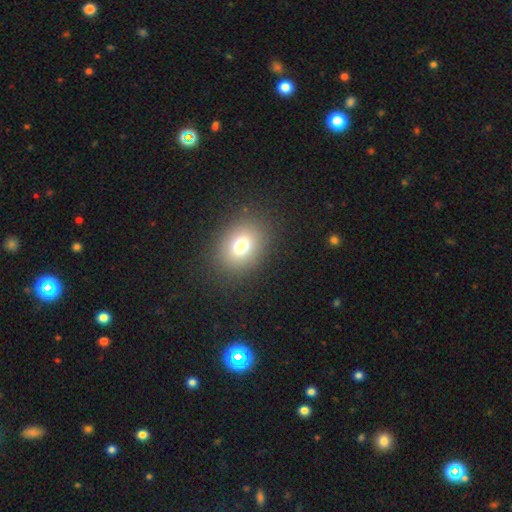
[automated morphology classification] The model was most divided on "how rounded": in between: 51%, round: 48%, cigar-shaped: 1%. More confident: merging — none (91%); smooth or featured — smooth (72%).